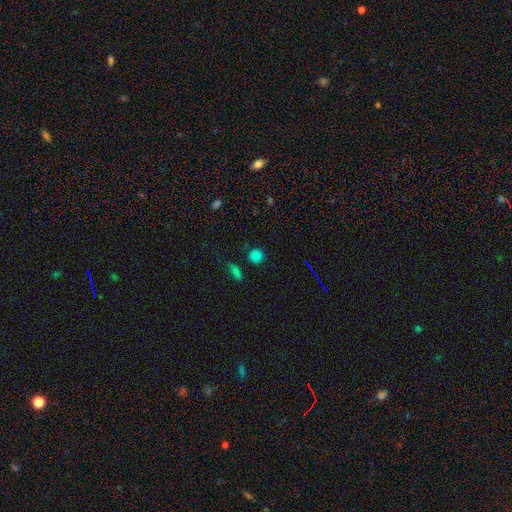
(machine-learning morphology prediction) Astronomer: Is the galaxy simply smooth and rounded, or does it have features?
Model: smooth — 76%.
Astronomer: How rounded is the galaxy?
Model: round — 88%.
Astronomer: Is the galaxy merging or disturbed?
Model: none — 83%.